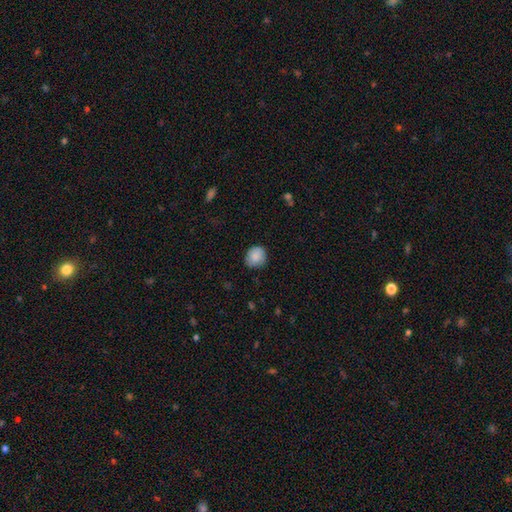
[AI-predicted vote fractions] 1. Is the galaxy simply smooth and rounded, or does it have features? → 86% smooth, 7% star or artifact, 7% featured or disk.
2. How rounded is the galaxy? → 75% round, 24% in between, 1% cigar-shaped.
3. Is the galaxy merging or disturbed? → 79% none, 17% minor disturbance, 3% major disturbance, 1% merger.